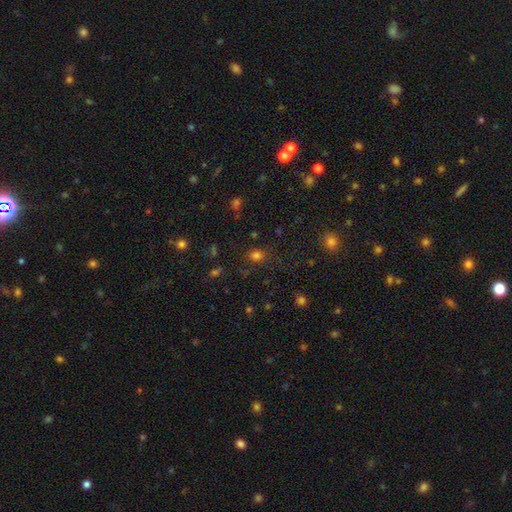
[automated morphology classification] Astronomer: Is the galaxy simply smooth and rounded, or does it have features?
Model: smooth — 73%.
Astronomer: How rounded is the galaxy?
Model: round — 66%.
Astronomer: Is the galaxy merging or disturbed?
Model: none — 77%.